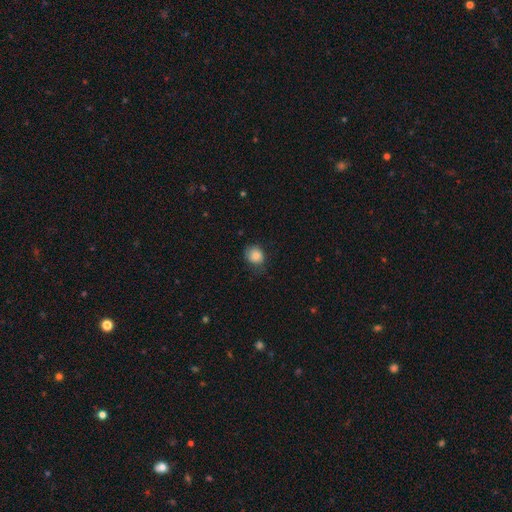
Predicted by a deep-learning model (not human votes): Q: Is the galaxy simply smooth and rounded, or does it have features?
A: smooth — 84%.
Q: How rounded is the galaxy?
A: round — 68%.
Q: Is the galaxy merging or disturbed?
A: none — 61%.